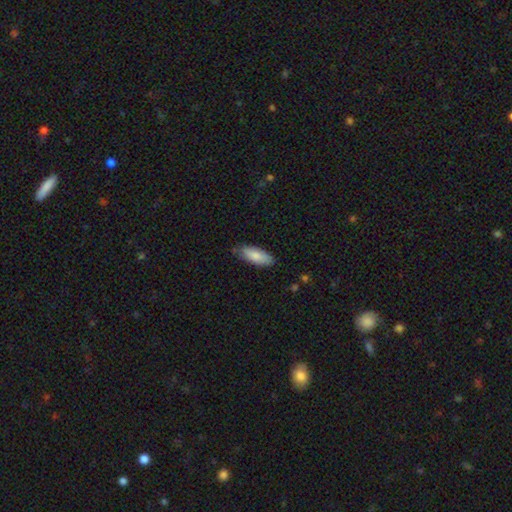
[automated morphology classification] Overall: smooth (84%). How rounded: in between (73%). Merging: none (78%).